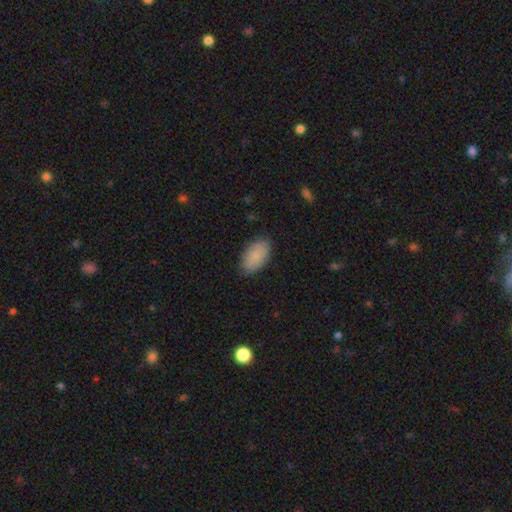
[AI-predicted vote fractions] smooth_or_featured: smooth (p=0.86) [alt: featured or disk p=0.08]
how_rounded: in between (p=0.94) [alt: round p=0.04]
merging: none (p=0.85) [alt: minor disturbance p=0.11]